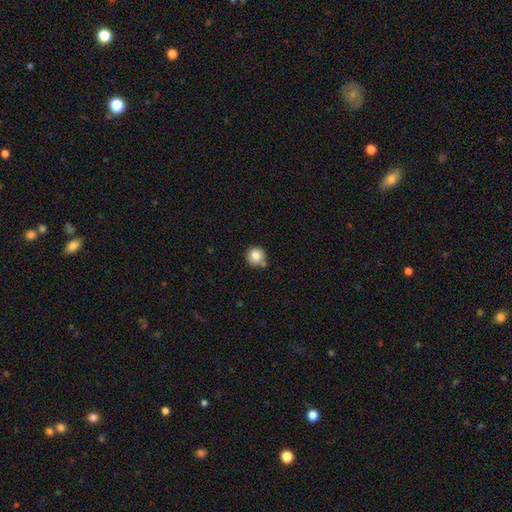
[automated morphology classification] A smooth galaxy with no disk features (84%) that is round (93%). Merging: none (71%).